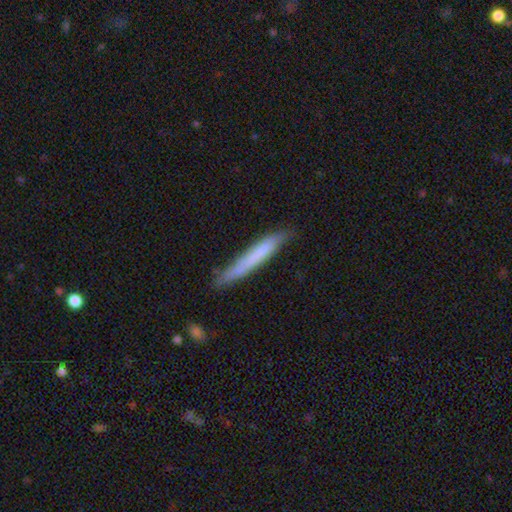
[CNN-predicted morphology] Overall: smooth (65%; featured or disk 29%). How rounded: cigar-shaped (96%). Merging: none (73%).